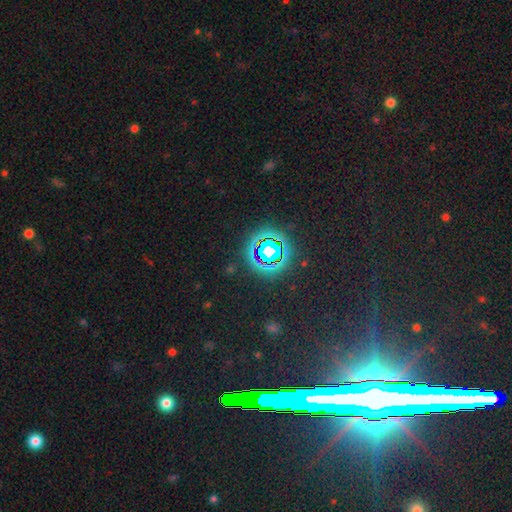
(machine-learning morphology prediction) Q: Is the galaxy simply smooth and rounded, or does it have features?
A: star or artifact — 76%.